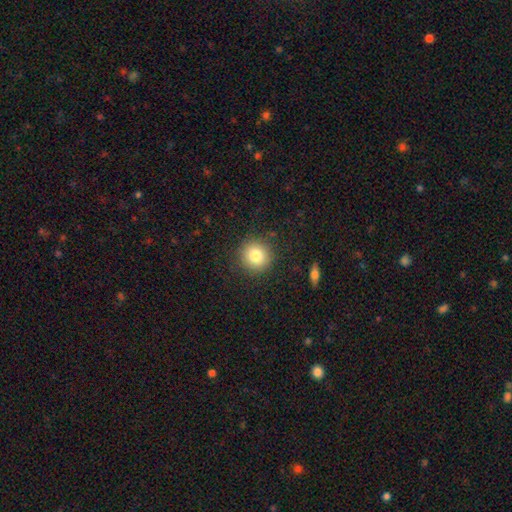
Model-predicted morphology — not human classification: smooth-or-featured: smooth: 81% | star or artifact: 10% | featured or disk: 9%
  how-rounded: round: 92% | in between: 7% | cigar-shaped: 1%
  merging: none: 88% | minor disturbance: 8% | major disturbance: 3% | merger: 1%